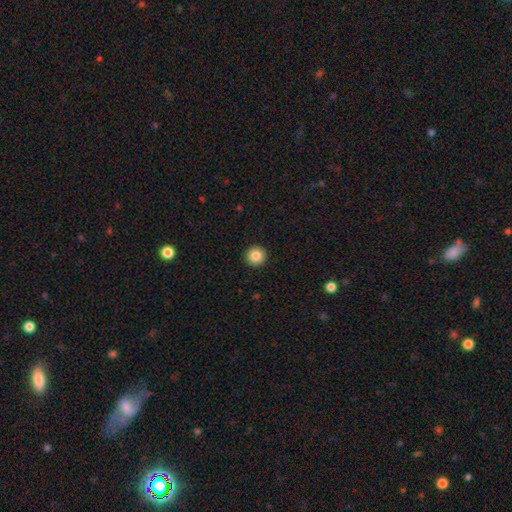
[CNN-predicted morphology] smooth_or_featured: smooth (p=0.85) [alt: star or artifact p=0.09]
how_rounded: round (p=0.96) [alt: in between p=0.03]
merging: none (p=0.94) [alt: minor disturbance p=0.04]